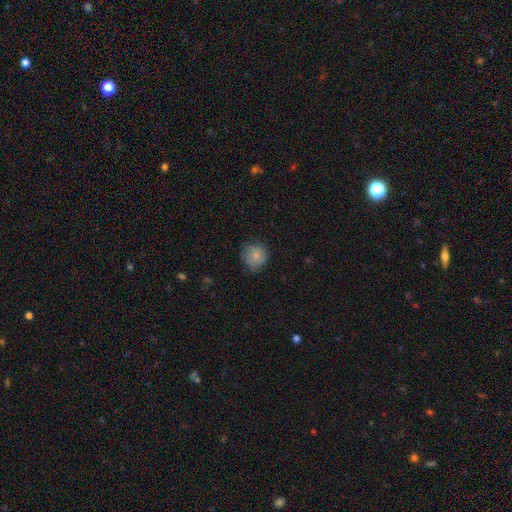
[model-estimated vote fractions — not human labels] smooth_or_featured: smooth (p=0.78) [alt: featured or disk p=0.14]
how_rounded: round (p=0.88) [alt: in between p=0.11]
merging: none (p=0.73) [alt: minor disturbance p=0.21]